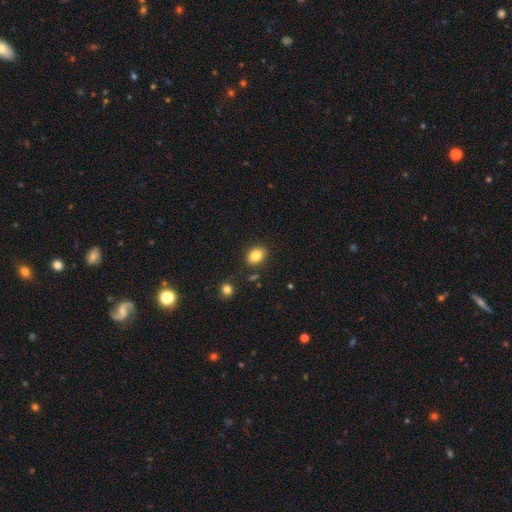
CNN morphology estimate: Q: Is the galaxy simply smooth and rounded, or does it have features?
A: smooth — 84%.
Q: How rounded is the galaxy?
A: in between — 72%.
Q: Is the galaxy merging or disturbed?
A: none — 85%.